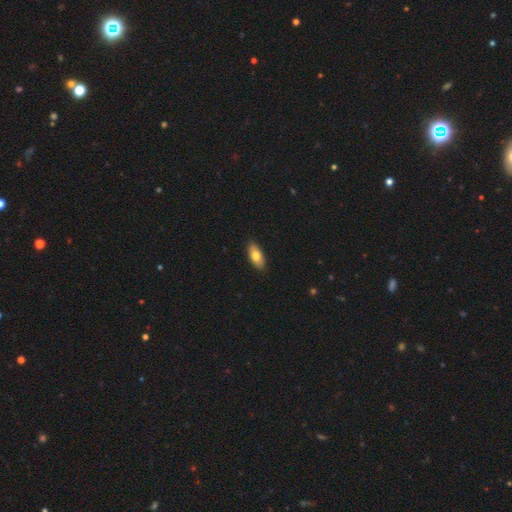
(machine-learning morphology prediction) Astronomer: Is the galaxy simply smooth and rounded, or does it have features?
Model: smooth — 75%.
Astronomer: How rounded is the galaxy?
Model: in between — 86%.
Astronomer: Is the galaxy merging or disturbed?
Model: none — 90%.